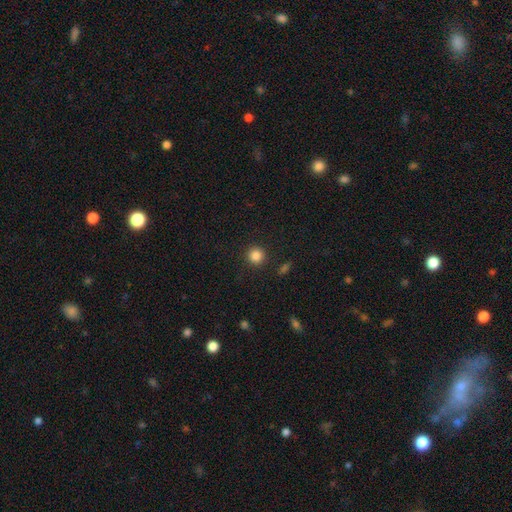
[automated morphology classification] A smooth galaxy with no disk features (85%) that is round (94%). Merging: none (91%).